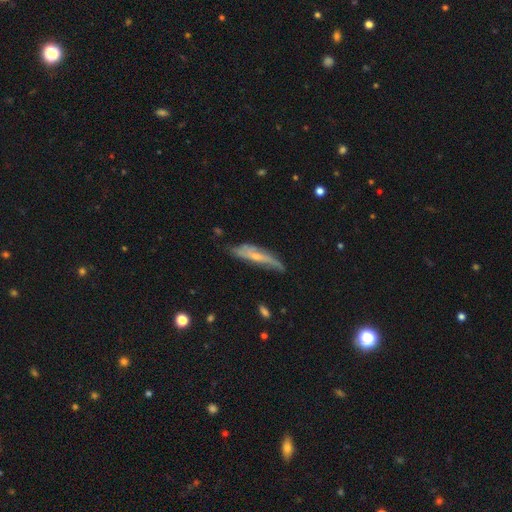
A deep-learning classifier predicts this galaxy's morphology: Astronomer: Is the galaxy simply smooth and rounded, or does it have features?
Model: featured or disk — 56% (runner-up: smooth, 37%).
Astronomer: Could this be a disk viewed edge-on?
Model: yes — 54% (runner-up: no, 46%).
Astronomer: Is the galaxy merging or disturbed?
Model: none — 53% (runner-up: minor disturbance, 31%).